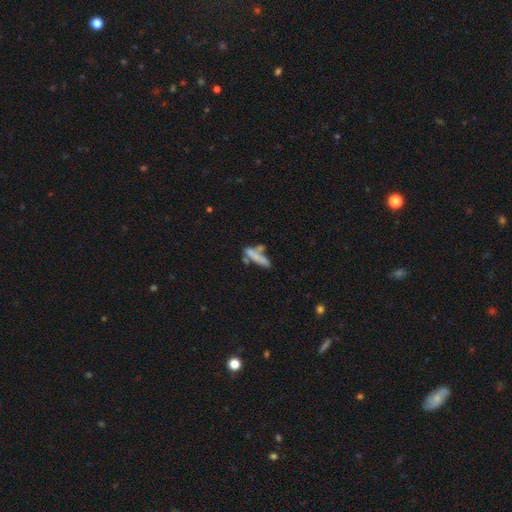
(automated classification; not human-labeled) Smooth or featured? Predicted: smooth (p=0.65). How rounded? Predicted: cigar-shaped (p=0.72). Merging? Predicted: none (p=0.38).